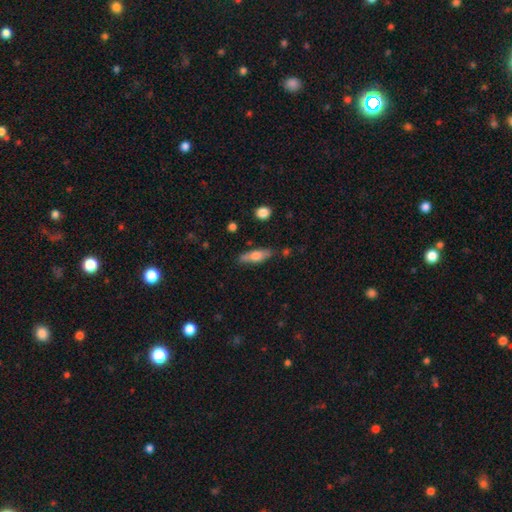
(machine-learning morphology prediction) smooth-or-featured: smooth: 61% | featured or disk: 33% | star or artifact: 7%
  how-rounded: cigar-shaped: 51% | in between: 46% | round: 3%
  merging: none: 77% | minor disturbance: 16% | merger: 4% | major disturbance: 3%